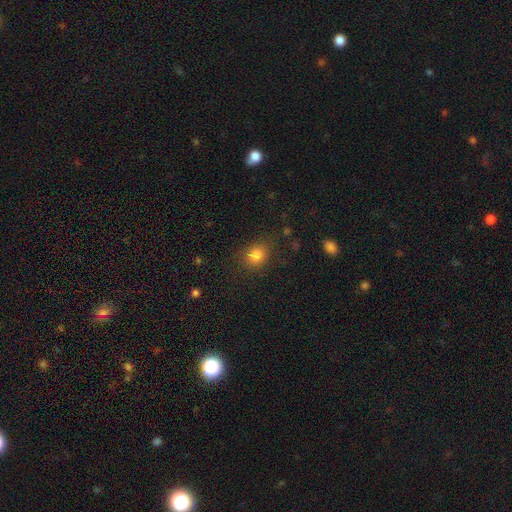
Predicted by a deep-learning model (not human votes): A smooth galaxy with no disk features (81%) that is round (65%).

Vote fractions:
- Smooth or featured? smooth: 81% / star or artifact: 13% / featured or disk: 6%
- How rounded? round: 65% / in between: 34% / cigar-shaped: 1%
- Merging? none: 78% / minor disturbance: 14% / major disturbance: 5% / merger: 3%